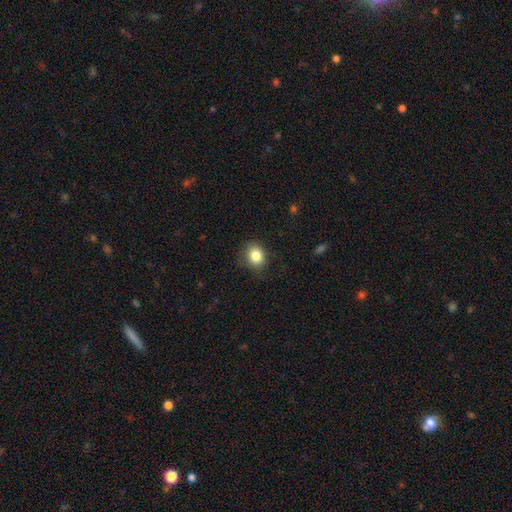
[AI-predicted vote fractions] smooth-or-featured: smooth: 84% | star or artifact: 10% | featured or disk: 6%
  how-rounded: round: 66% | in between: 34% | cigar-shaped: 1%
  merging: none: 78% | minor disturbance: 17% | major disturbance: 4% | merger: 1%